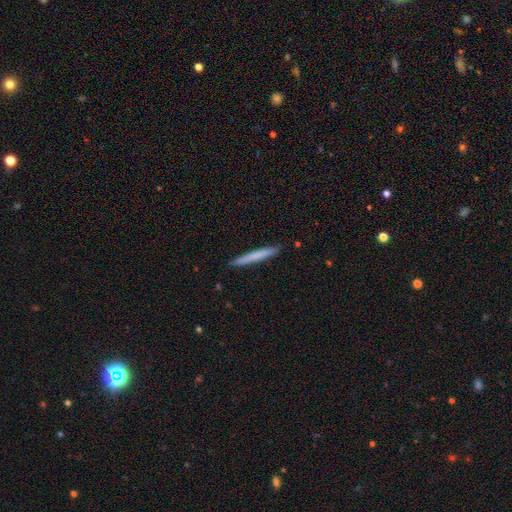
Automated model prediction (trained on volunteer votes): A smooth galaxy with no disk features (70%) that is cigar-shaped (97%).

Vote fractions:
- Smooth or featured? smooth: 70% / featured or disk: 25% / star or artifact: 5%
- How rounded? cigar-shaped: 97% / in between: 2% / round: 1%
- Merging? none: 92% / minor disturbance: 6% / major disturbance: 1% / merger: 1%